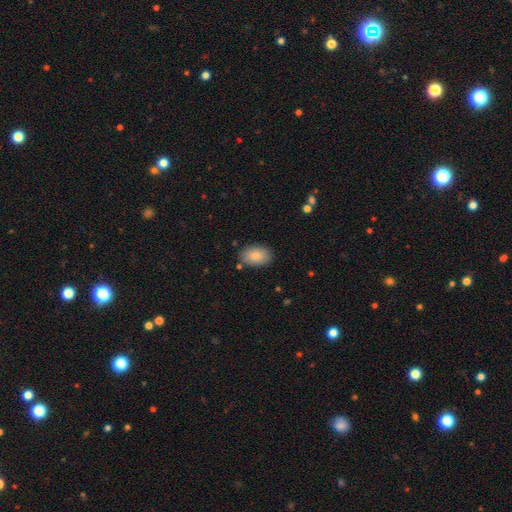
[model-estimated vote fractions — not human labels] Morphology: type=smooth (86%); roundness=in between (90%); merging=none (83%).